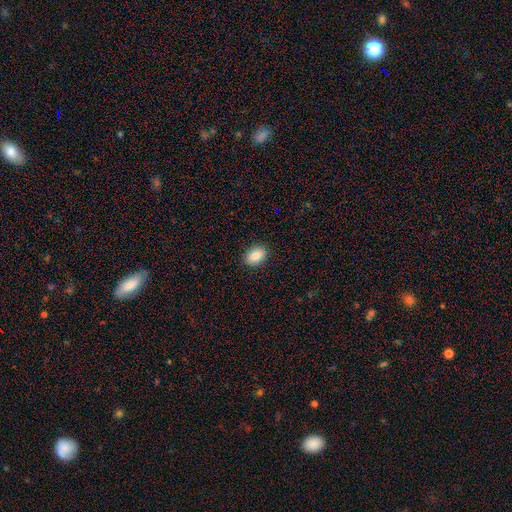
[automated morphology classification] Smooth or featured?
  - smooth: 85% *
  - star or artifact: 8%
  - featured or disk: 7%
How rounded?
  - in between: 79% *
  - round: 20%
  - cigar-shaped: 1%
Merging?
  - none: 90% *
  - minor disturbance: 8%
  - major disturbance: 2%
  - merger: 1%